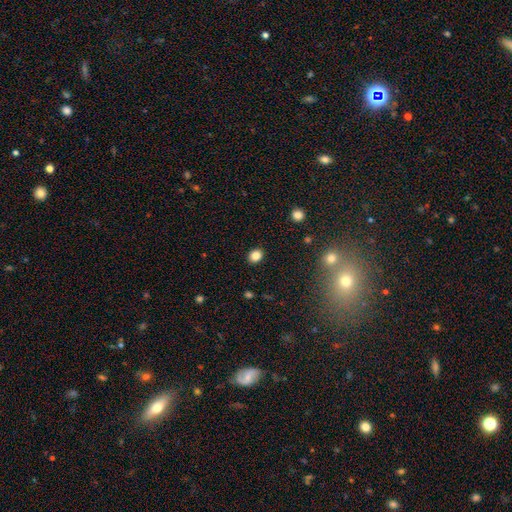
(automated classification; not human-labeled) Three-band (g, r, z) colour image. It shows a smooth galaxy with no disk features (85%) that is round (54%). Merging: none (90%).